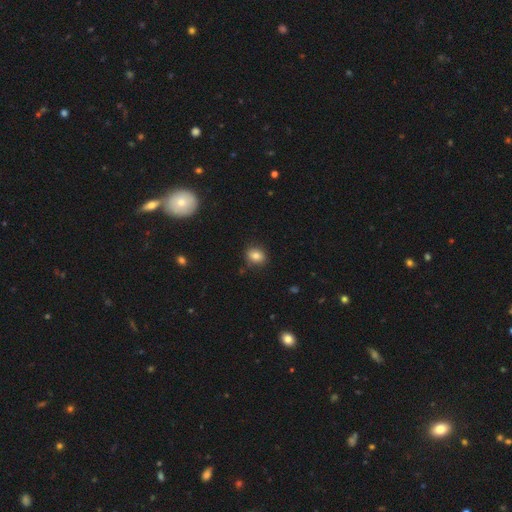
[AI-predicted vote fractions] This appears to be a smooth galaxy with no disk features (81%) that is round (51%). Merging: none (84%).